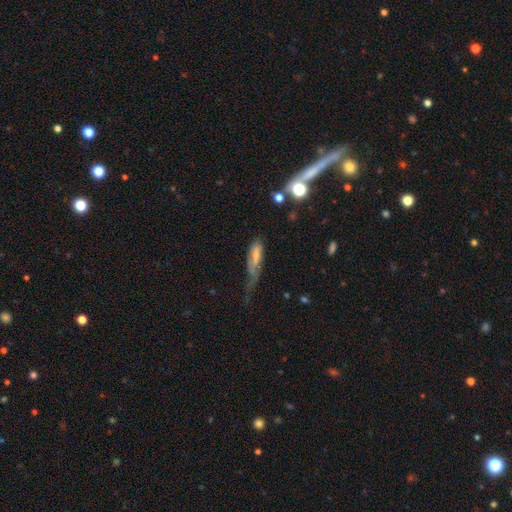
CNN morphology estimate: This appears to be a smooth galaxy with no disk features (60%) that is in between round and cigar-shaped (61%). Merging: major disturbance (50%).